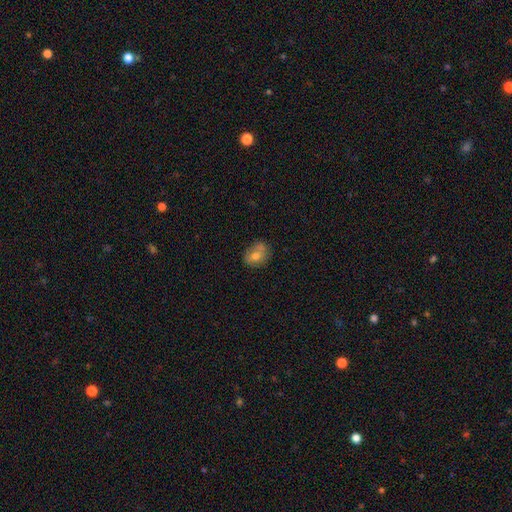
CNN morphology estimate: The model was most divided on "how rounded": round: 51%, in between: 48%, cigar-shaped: 1%. More confident: smooth or featured — smooth (67%); merging — none (60%).